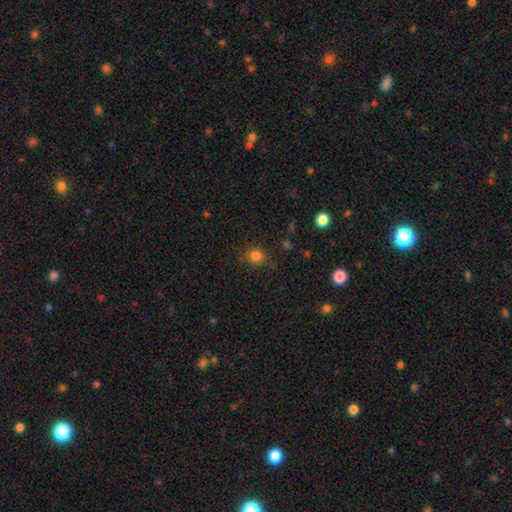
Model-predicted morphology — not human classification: A smooth galaxy with no disk features (82%) that is round (87%).

Vote fractions:
- Smooth or featured? smooth: 82% / star or artifact: 14% / featured or disk: 5%
- How rounded? round: 87% / in between: 12% / cigar-shaped: 1%
- Merging? none: 83% / minor disturbance: 11% / major disturbance: 4% / merger: 2%